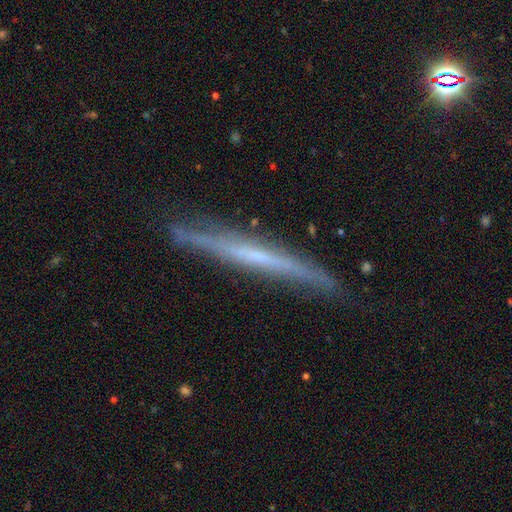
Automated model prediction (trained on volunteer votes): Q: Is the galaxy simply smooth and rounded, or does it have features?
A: featured or disk — 67%.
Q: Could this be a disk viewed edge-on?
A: yes — 94%.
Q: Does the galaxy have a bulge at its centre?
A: none — 76%.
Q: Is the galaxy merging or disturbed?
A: none — 82%.